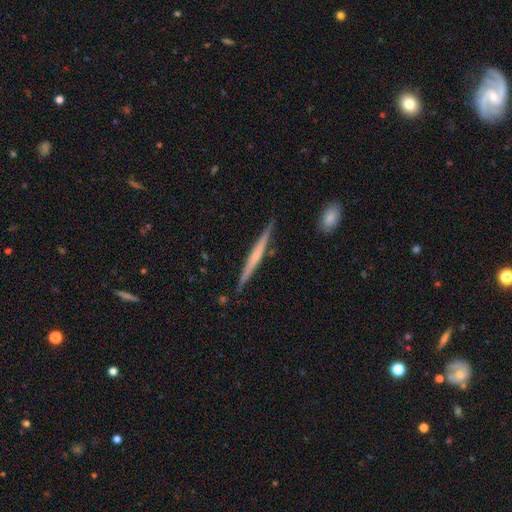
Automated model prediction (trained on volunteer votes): This appears to be a featured or disk galaxy (64%) viewed edge-on (98%) with no central bulge (53%). Merging: none (89%).